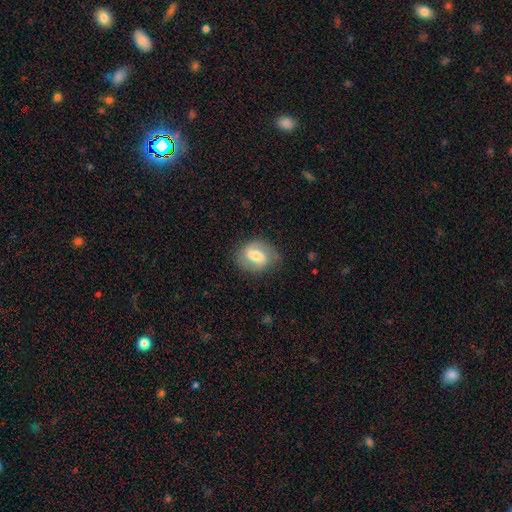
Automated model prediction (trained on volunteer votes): A featured or disk galaxy (50%). Merging: none (78%).